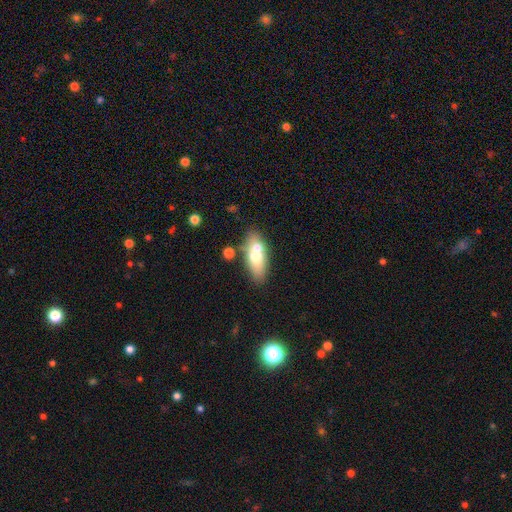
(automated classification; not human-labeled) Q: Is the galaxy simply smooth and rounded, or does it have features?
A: smooth — 62%.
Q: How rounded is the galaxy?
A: in between — 78%.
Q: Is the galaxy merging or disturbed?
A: none — 60%.